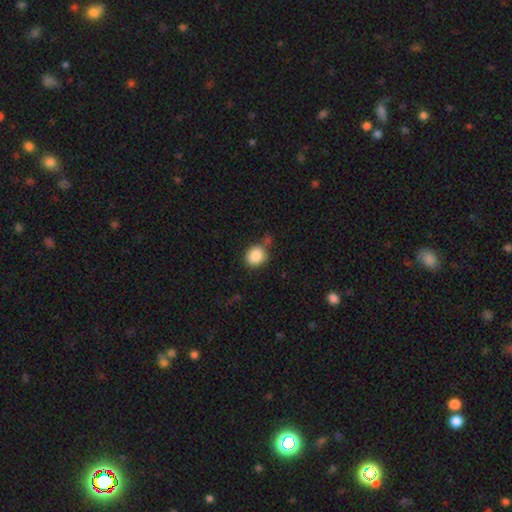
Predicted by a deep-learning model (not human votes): Smooth or featured: smooth — 88% (star or artifact — 8%)
How rounded: round — 60% (in between — 39%)
Merging: none — 73% (minor disturbance — 15%)